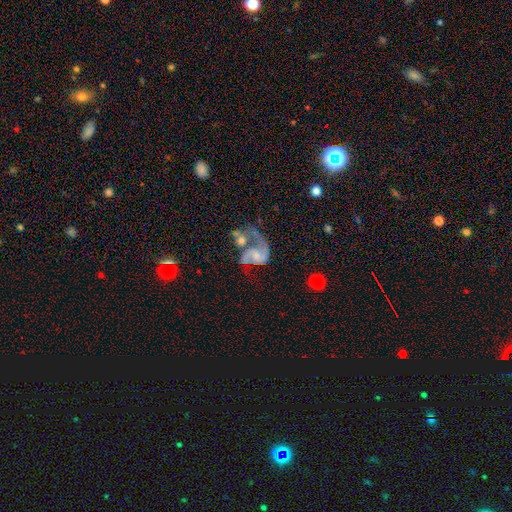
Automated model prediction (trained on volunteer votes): This appears to be a featured or disk galaxy (80%) with no bar (61%), 2 (65%) loose (49%) spiral arms (91%) and a small central bulge (42%). Merging: merger (34%).